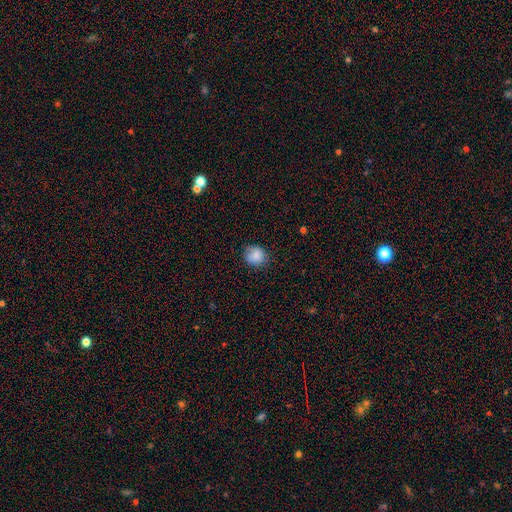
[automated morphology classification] Smooth or featured: smooth — 85% (star or artifact — 9%)
How rounded: round — 77% (in between — 22%)
Merging: none — 76% (minor disturbance — 19%)